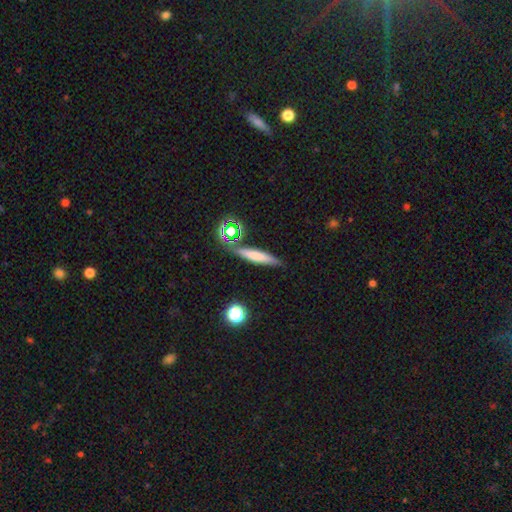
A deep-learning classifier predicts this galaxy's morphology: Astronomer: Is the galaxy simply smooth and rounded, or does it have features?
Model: smooth — 67%.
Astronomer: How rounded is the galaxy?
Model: cigar-shaped — 85%.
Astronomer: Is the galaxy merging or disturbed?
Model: none — 82%.